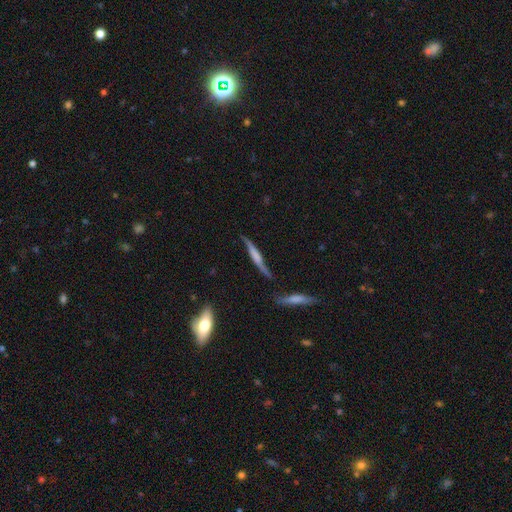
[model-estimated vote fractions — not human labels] smooth_or_featured: featured or disk (p=0.64) [alt: smooth p=0.29]
disk_edge_on: yes (p=0.79) [alt: no p=0.21]
edge_on_bulge: boxy (p=0.36) [alt: rounded p=0.33]
merging: none (p=0.61) [alt: minor disturbance p=0.24]